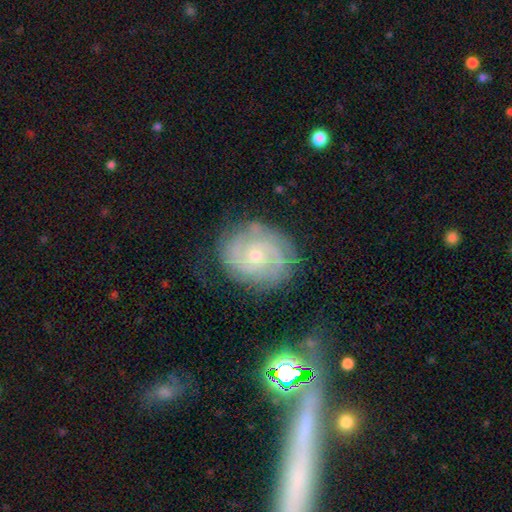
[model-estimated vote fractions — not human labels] Smooth or featured? featured or disk (80%)
Edge-on disk? no (98%)
Bar? no (74%)
Spiral arms? yes (94%)
Spiral winding? tight (66%)
Spiral arm count? 2 (32%, tied with can't tell)
Bulge size? small (67%)
Merging? none (74%)